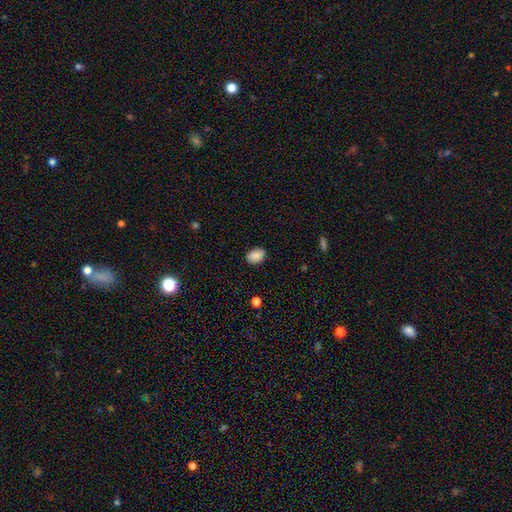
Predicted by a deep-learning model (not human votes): smooth-or-featured: smooth: 87% | star or artifact: 8% | featured or disk: 6%
  how-rounded: in between: 78% | round: 21% | cigar-shaped: 1%
  merging: none: 83% | minor disturbance: 13% | major disturbance: 3% | merger: 1%